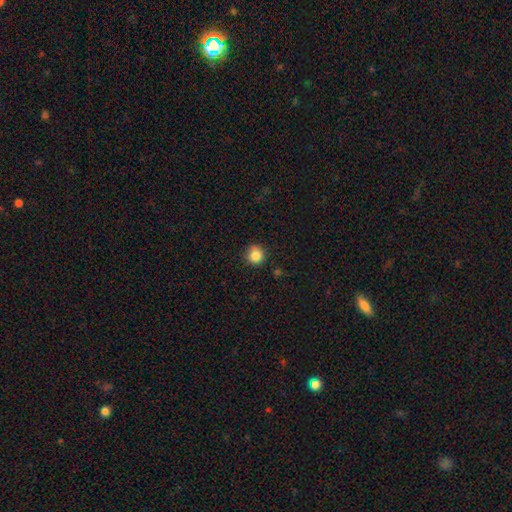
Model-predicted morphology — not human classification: smooth 85%, star or artifact 11%, featured or disk 4%. Down the decision tree: how rounded — round (92%); merging — none (85%).